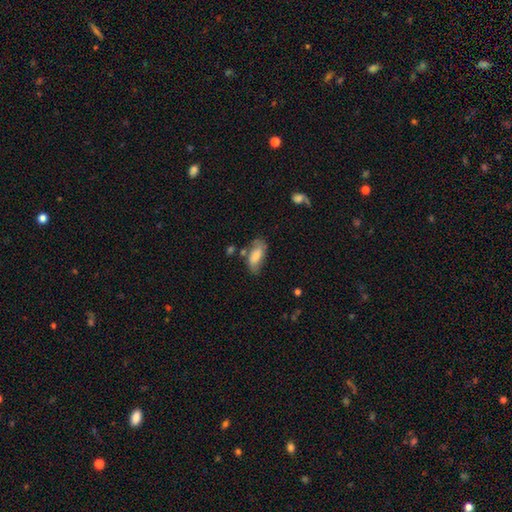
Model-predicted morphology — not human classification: smooth_or_featured: smooth (p=0.75) [alt: featured or disk p=0.18]
how_rounded: in between (p=0.84) [alt: cigar-shaped p=0.13]
merging: none (p=0.53) [alt: minor disturbance p=0.28]